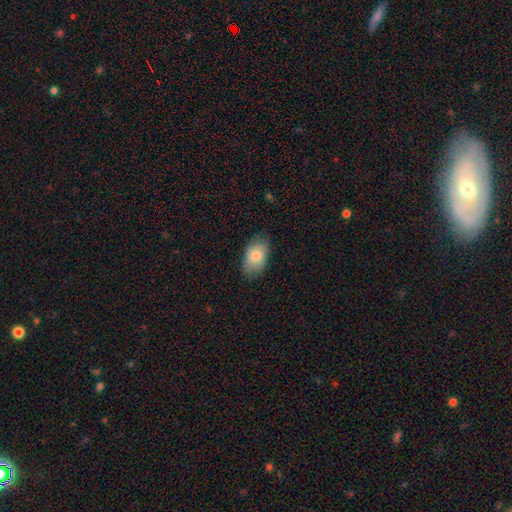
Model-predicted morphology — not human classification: Smooth or featured?
  - smooth: 79% *
  - featured or disk: 14%
  - star or artifact: 7%
How rounded?
  - in between: 91% *
  - round: 7%
  - cigar-shaped: 2%
Merging?
  - none: 78% *
  - minor disturbance: 17%
  - major disturbance: 4%
  - merger: 1%